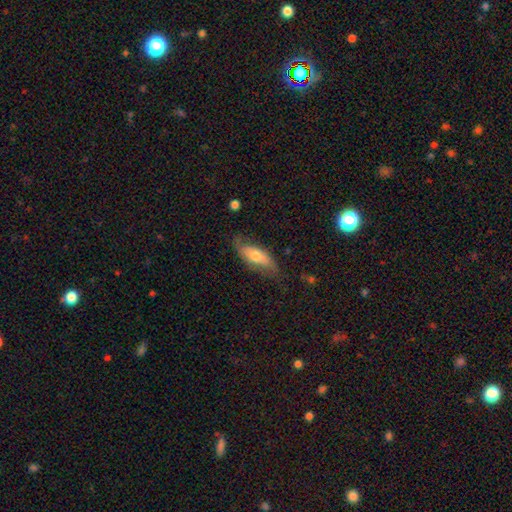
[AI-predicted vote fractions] This appears to be a smooth galaxy with no disk features (50%) that is in between round and cigar-shaped (71%). Merging: none (65%).